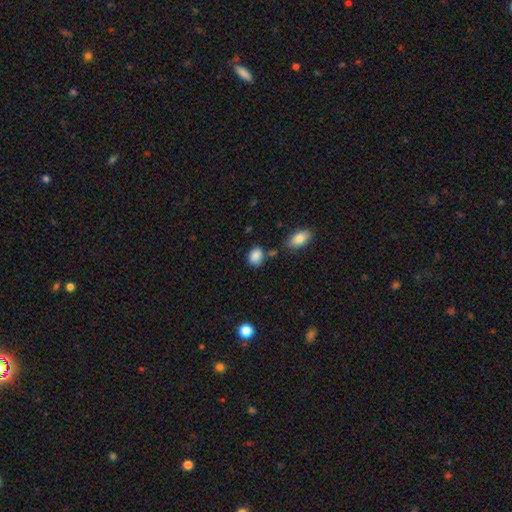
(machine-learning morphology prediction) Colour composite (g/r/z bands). It shows a smooth galaxy with no disk features (87%) that is in between round and cigar-shaped (68%). Merging: none (63%).